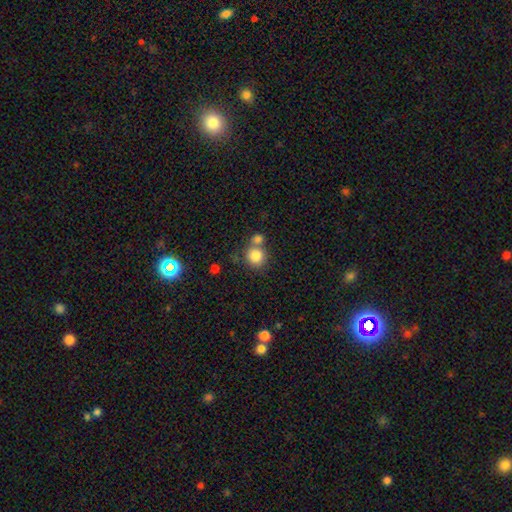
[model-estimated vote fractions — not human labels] Smooth or featured? Predicted: smooth (p=0.82). How rounded? Predicted: round (p=0.88). Merging? Predicted: none (p=0.54).